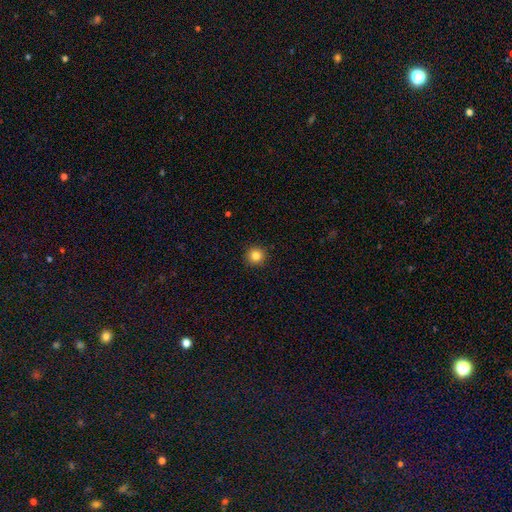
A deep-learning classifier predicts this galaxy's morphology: smooth 84%, star or artifact 11%, featured or disk 5%. Down the decision tree: how rounded — round (95%); merging — none (93%).